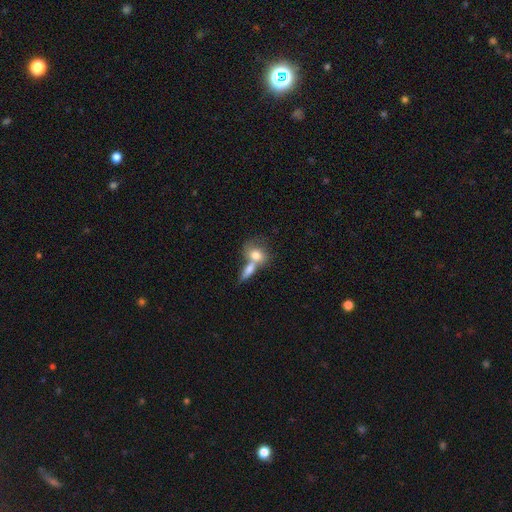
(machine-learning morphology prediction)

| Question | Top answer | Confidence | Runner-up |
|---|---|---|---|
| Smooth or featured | smooth | 75% | featured or disk (18%) |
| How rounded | in between | 60% | round (34%) |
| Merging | merger | 61% | none (25%) |